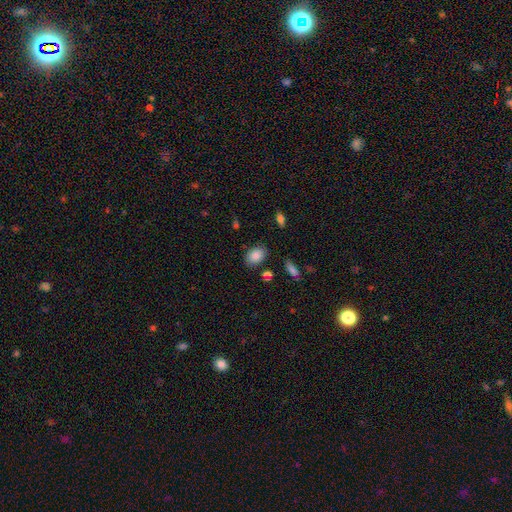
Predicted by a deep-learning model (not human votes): This appears to be a smooth galaxy with no disk features (85%) that is in between round and cigar-shaped (81%). Merging: none (79%).